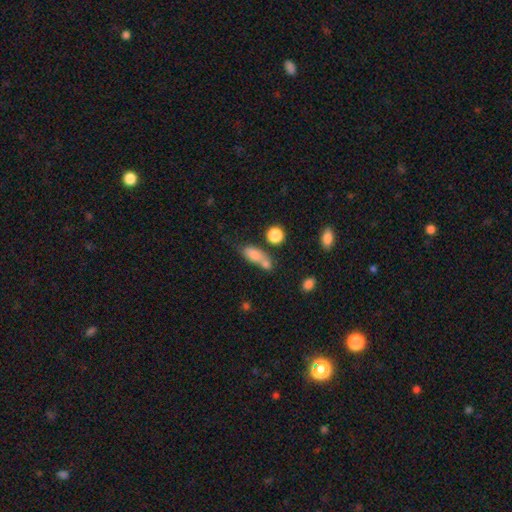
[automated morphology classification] Overall: smooth (77%). How rounded: in between (74%). Merging: merger (41%; none 34%).